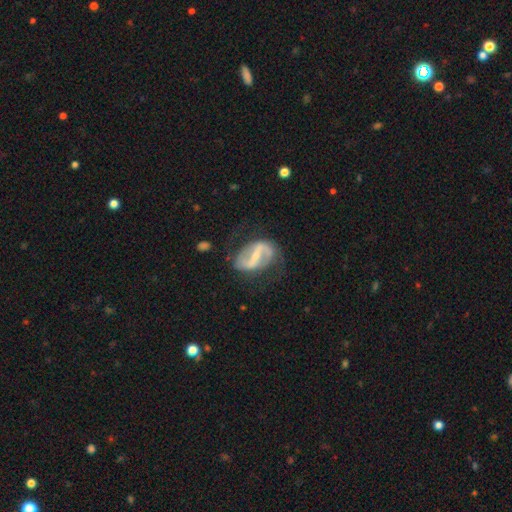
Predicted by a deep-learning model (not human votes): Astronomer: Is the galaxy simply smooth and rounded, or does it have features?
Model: featured or disk — 84%.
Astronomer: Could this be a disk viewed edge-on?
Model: no — 96%.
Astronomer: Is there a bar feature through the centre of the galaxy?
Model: strong — 65%.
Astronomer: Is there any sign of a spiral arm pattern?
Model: yes — 86%.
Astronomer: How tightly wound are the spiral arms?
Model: loose — 43% (runner-up: medium, 41%).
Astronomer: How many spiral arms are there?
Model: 2 — 87%.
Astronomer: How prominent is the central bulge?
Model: small — 57% (runner-up: moderate, 37%).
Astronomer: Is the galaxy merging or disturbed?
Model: none — 66%.